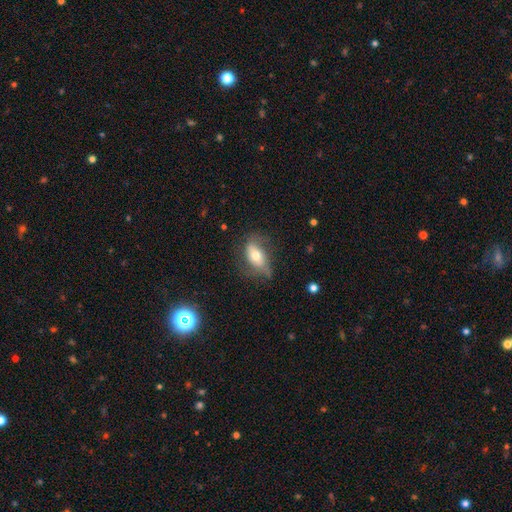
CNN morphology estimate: Smooth or featured? Predicted: smooth (p=0.50). How rounded? Predicted: in between (p=0.84). Merging? Predicted: none (p=0.53).